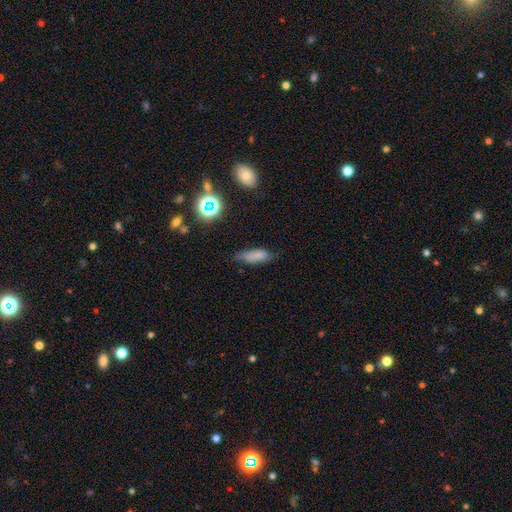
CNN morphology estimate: type=smooth (75%); roundness=in between (61%); merging=none (57%).